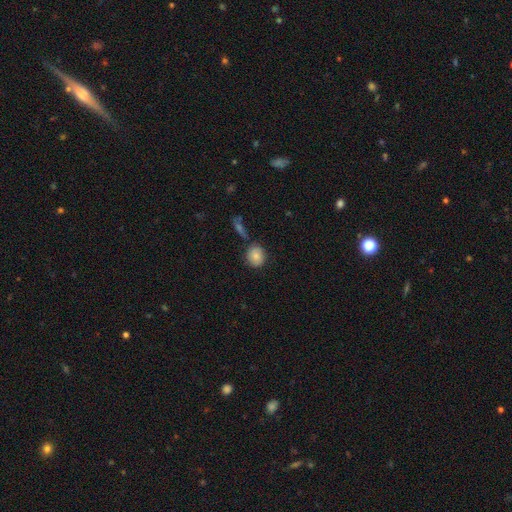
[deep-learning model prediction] Smooth or featured: smooth — 82% (featured or disk — 9%)
How rounded: round — 68% (in between — 30%)
Merging: none — 73% (minor disturbance — 15%)